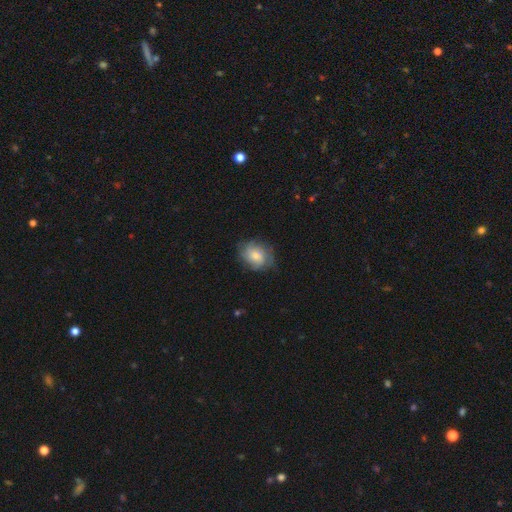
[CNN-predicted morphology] type=smooth (60%); roundness=in between (52%); merging=none (69%).